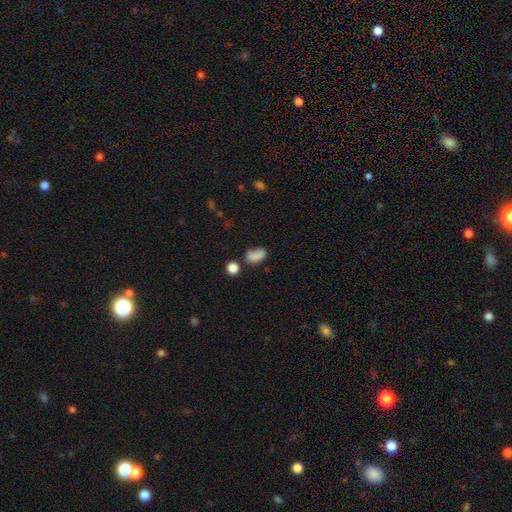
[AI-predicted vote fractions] smooth 83%, star or artifact 11%, featured or disk 7%. Down the decision tree: how rounded — in between (86%); merging — none (56%).